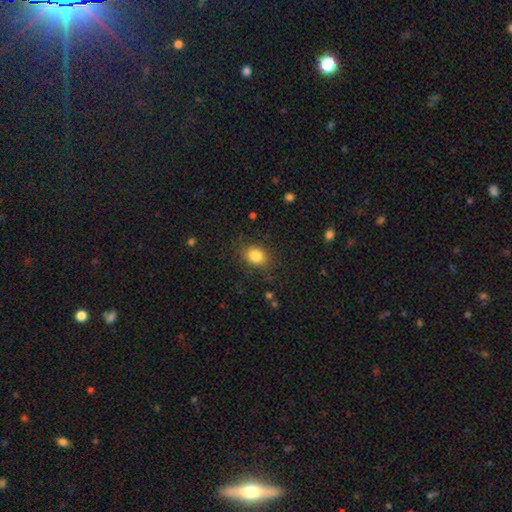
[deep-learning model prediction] smooth 83%, star or artifact 10%, featured or disk 7%. Down the decision tree: how rounded — in between (51%); merging — none (84%).